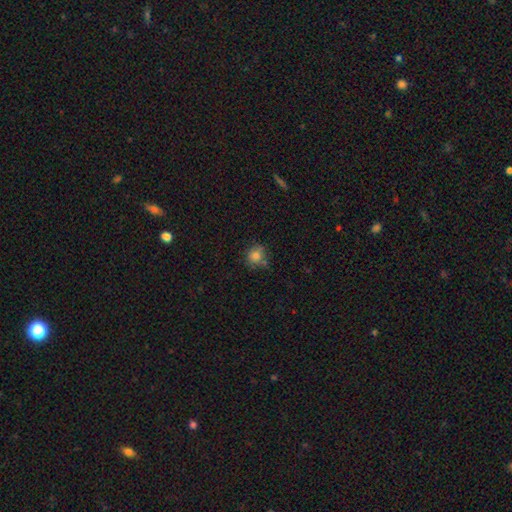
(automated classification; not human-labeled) Smooth or featured?
  - smooth: 81% *
  - star or artifact: 11%
  - featured or disk: 8%
How rounded?
  - round: 82% *
  - in between: 17%
  - cigar-shaped: 1%
Merging?
  - none: 66% *
  - minor disturbance: 22%
  - merger: 6%
  - major disturbance: 6%